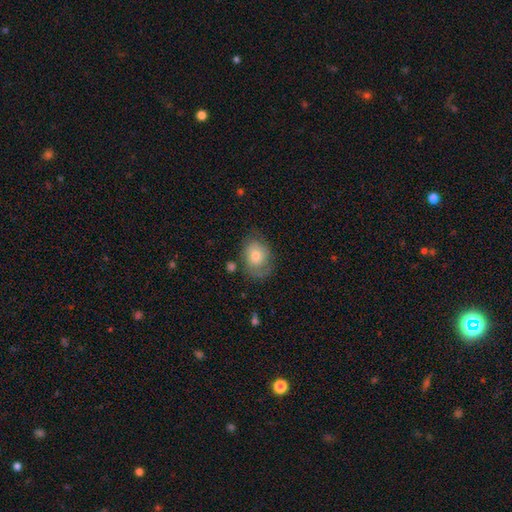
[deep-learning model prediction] Overall: smooth (62%; featured or disk 30%). How rounded: in between (57%; round 42%). Merging: none (61%; minor disturbance 25%).